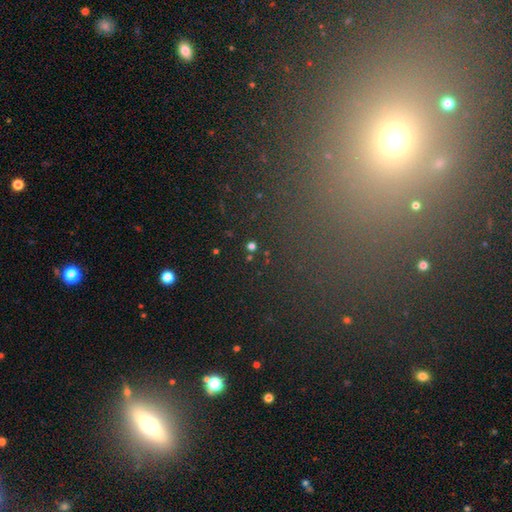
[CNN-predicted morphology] Smooth or featured? star or artifact (49%)